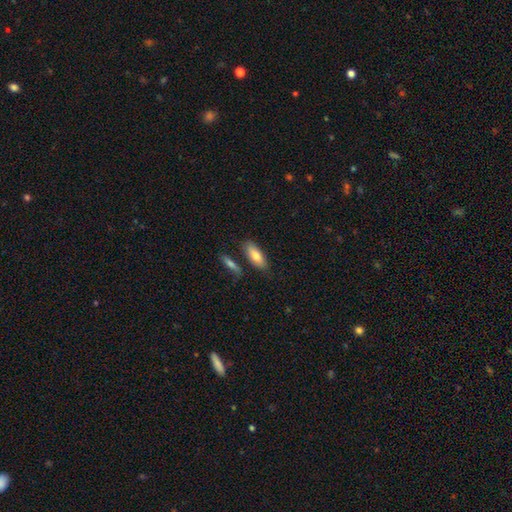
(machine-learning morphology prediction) smooth 78%, featured or disk 16%, star or artifact 6%. Down the decision tree: how rounded — in between (76%); merging — none (74%).